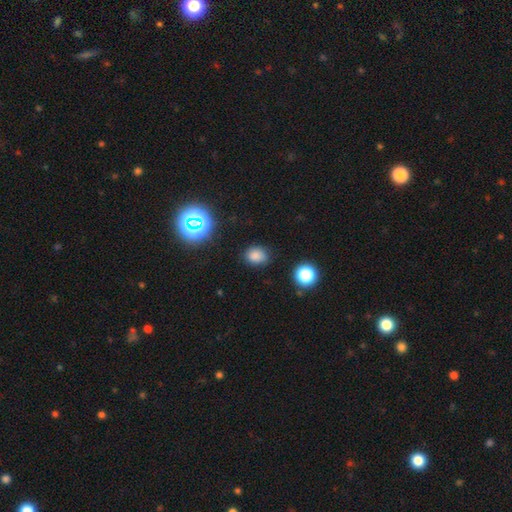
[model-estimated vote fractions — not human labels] Smooth or featured? smooth (79%)
How rounded? round (50%)
Merging? none (78%)